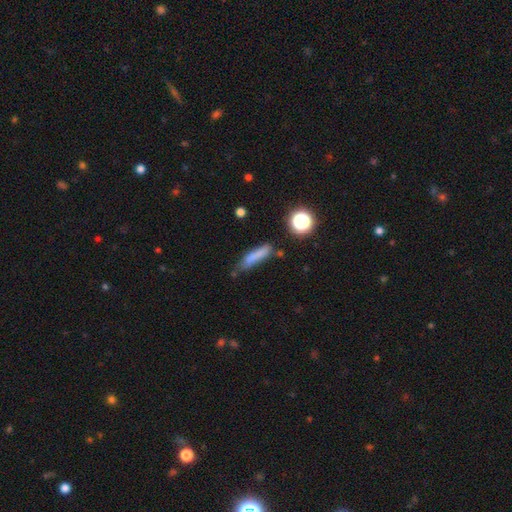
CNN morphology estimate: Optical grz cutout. It shows a smooth galaxy with no disk features (74%) that is cigar-shaped (79%). Merging: none (59%).